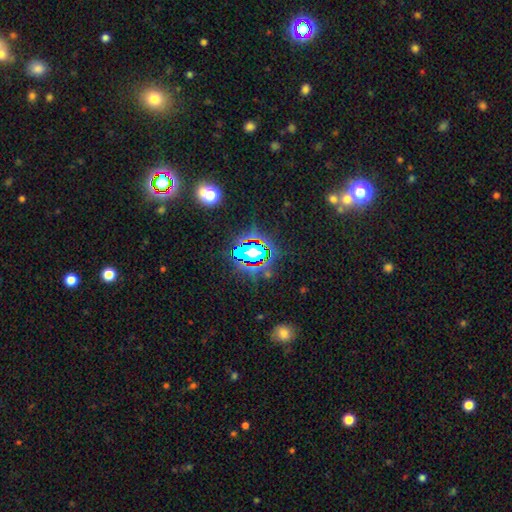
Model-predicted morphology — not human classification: Smooth or featured?
  - star or artifact: 63% *
  - smooth: 23%
  - featured or disk: 14%